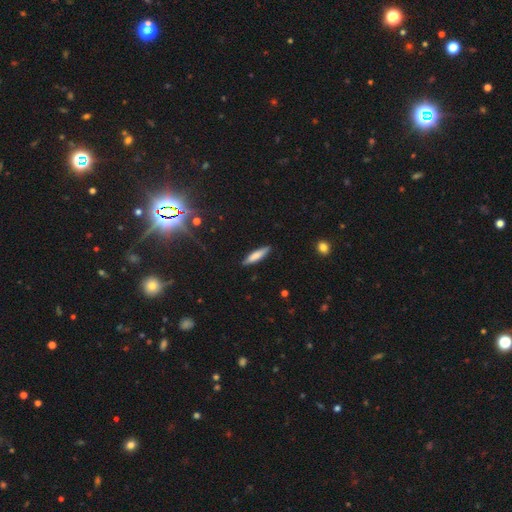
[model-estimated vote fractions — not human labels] Overall: smooth (73%). How rounded: cigar-shaped (79%). Merging: none (87%).